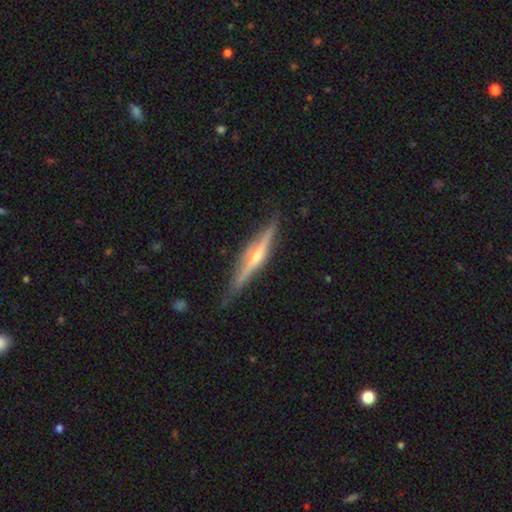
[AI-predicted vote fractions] This appears to be a featured or disk galaxy (78%) viewed edge-on (97%) with a rounded central bulge (87%). Merging: none (85%).